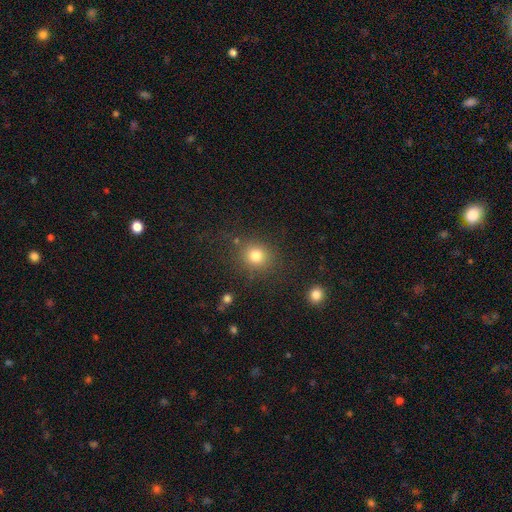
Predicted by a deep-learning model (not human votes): This is likely a smooth galaxy (79%). How rounded: clearly round (82%). Merging: clearly none (80%).